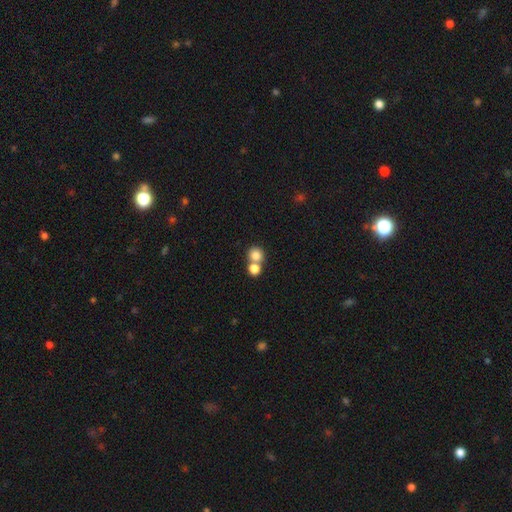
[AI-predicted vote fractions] This appears to be a smooth galaxy with no disk features (81%) that is round (86%). Merging: none (48%).